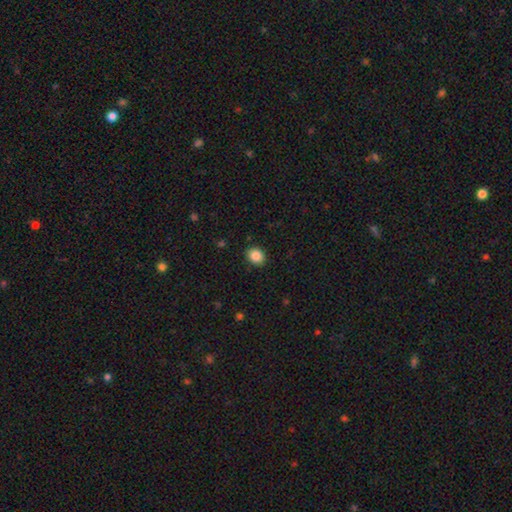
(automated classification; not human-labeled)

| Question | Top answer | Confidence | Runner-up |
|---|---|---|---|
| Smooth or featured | smooth | 87% | star or artifact (9%) |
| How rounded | round | 55% | in between (45%) |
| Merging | none | 89% | minor disturbance (8%) |